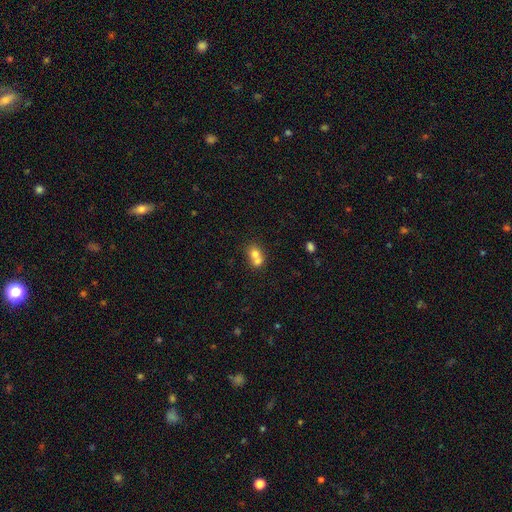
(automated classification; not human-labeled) Smooth or featured: smooth — 71% (featured or disk — 19%)
How rounded: round — 63% (in between — 36%)
Merging: merger — 67% (none — 24%)